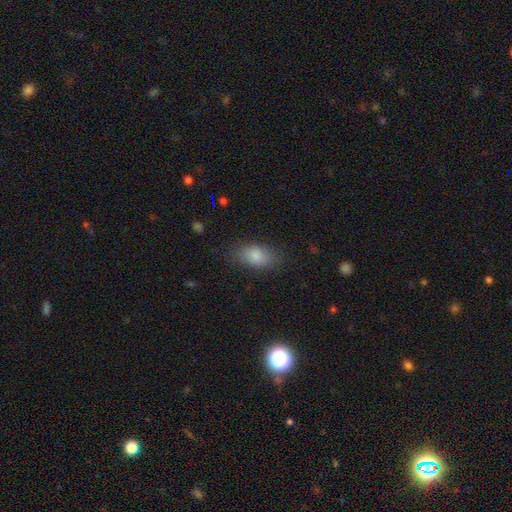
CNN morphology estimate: smooth 84%, star or artifact 8%, featured or disk 8%. Down the decision tree: how rounded — in between (89%); merging — none (83%).